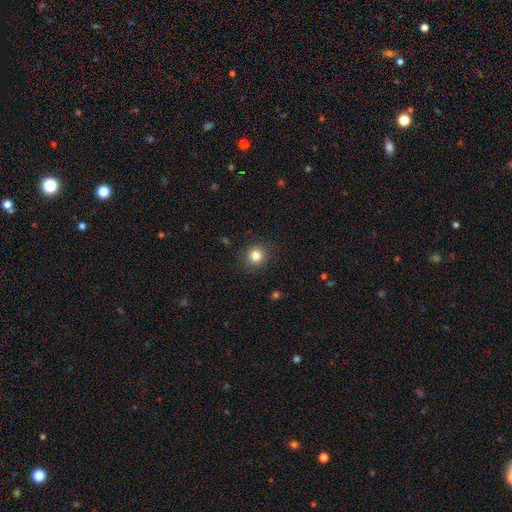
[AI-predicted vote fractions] smooth_or_featured: smooth (p=0.82) [alt: star or artifact p=0.12]
how_rounded: round (p=0.92) [alt: in between p=0.08]
merging: none (p=0.90) [alt: minor disturbance p=0.06]